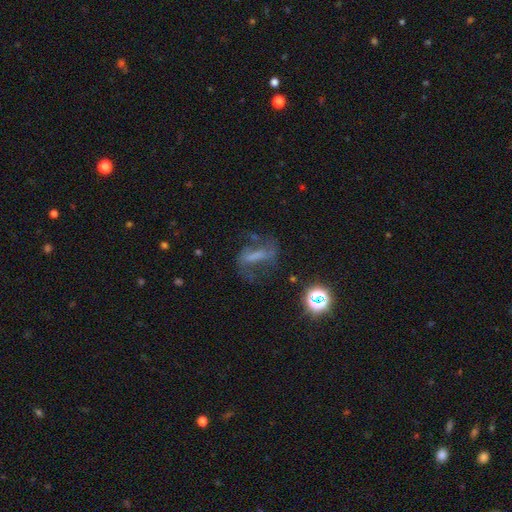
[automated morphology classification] smooth_or_featured: featured or disk (p=0.55) [alt: smooth p=0.25]
disk_edge_on: no (p=0.90) [alt: yes p=0.10]
merging: none (p=0.53) [alt: major disturbance p=0.24]